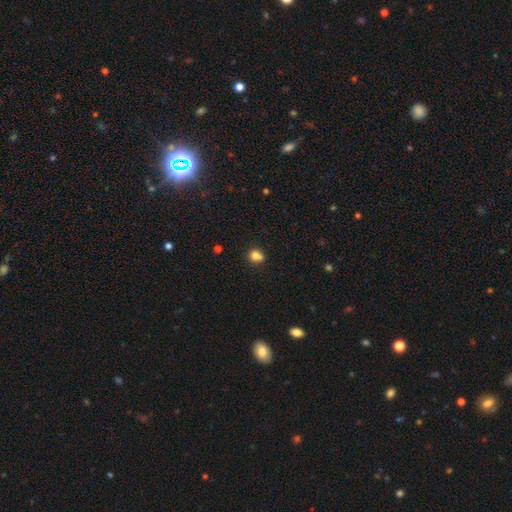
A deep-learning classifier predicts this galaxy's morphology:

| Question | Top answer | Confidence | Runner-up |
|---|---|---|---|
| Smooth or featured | smooth | 80% | star or artifact (12%) |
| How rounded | round | 76% | in between (23%) |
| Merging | none | 63% | merger (17%) |